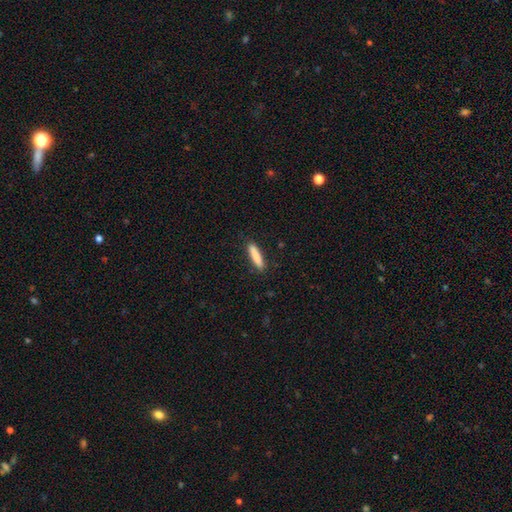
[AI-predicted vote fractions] Smooth or featured: smooth — 85% (featured or disk — 9%)
How rounded: cigar-shaped — 84% (in between — 15%)
Merging: none — 88% (minor disturbance — 9%)